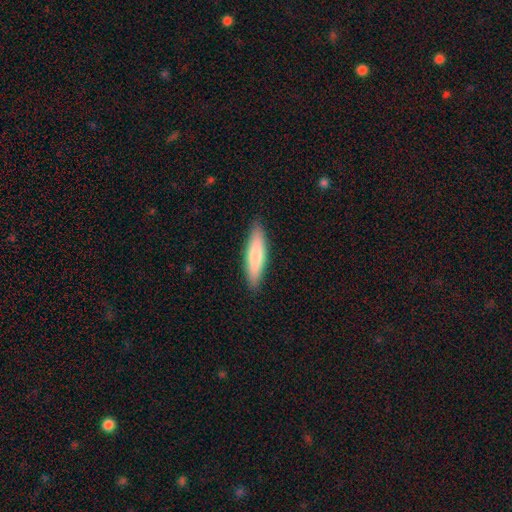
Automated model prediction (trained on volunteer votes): A smooth galaxy with no disk features (77%) that is cigar-shaped (75%). Merging: none (88%).